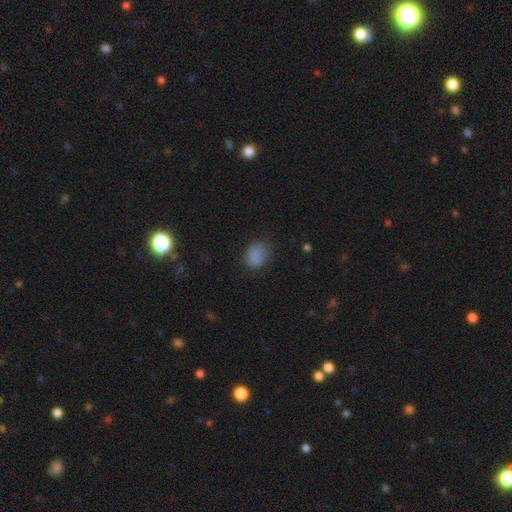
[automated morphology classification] This is clearly a smooth galaxy (84%). How rounded: possibly in between (51%). Merging: likely none (70%).